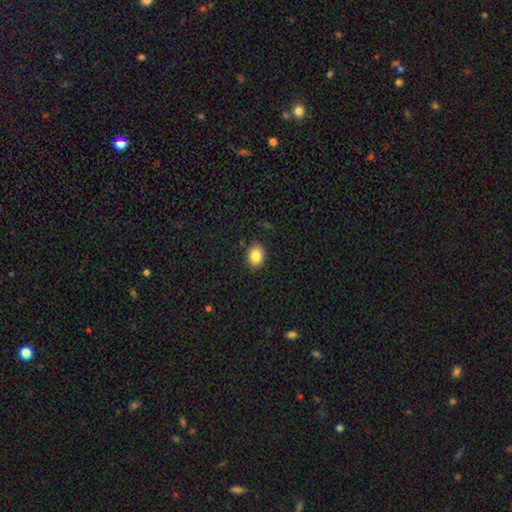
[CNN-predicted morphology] This appears to be a smooth galaxy with no disk features (84%) that is round (56%). Merging: none (87%).